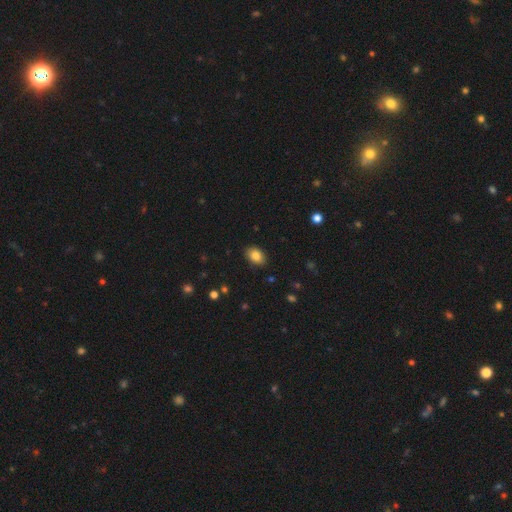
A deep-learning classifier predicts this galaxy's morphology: Overall: smooth (84%). How rounded: in between (79%). Merging: none (87%).